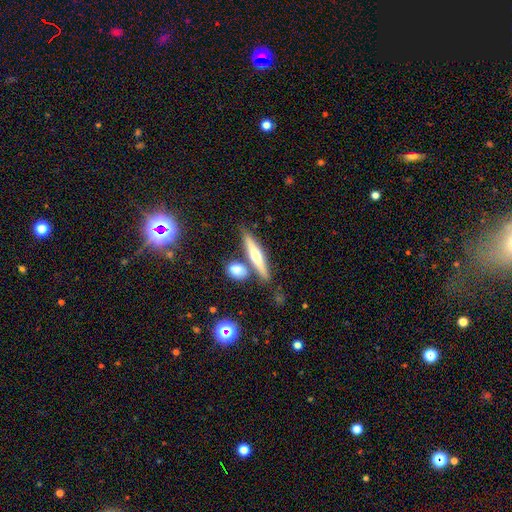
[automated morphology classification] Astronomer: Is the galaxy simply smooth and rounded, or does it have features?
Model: featured or disk — 52% (runner-up: smooth, 42%).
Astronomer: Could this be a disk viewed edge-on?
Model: yes — 93%.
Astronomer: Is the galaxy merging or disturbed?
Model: none — 72%.